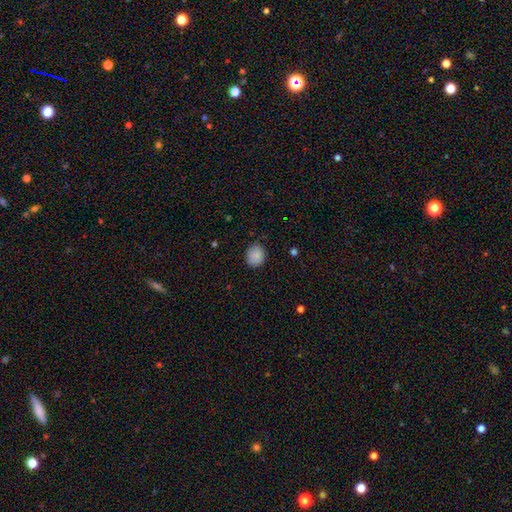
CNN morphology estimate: Smooth or featured? smooth (87%)
How rounded? round (65%)
Merging? none (84%)